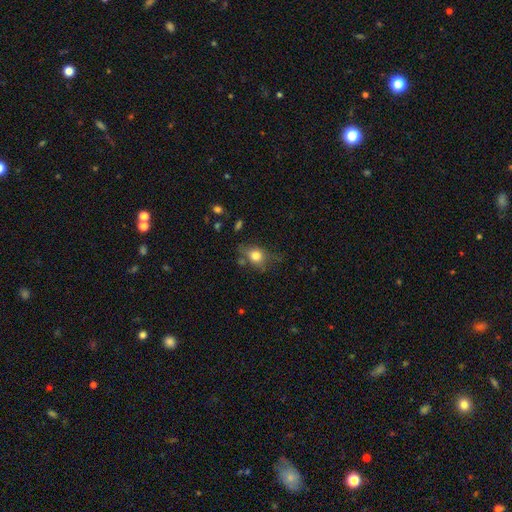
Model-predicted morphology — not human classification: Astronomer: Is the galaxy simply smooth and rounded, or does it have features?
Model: smooth — 76%.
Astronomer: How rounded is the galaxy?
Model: in between — 52% (runner-up: round, 46%).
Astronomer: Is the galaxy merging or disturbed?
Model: none — 57%.